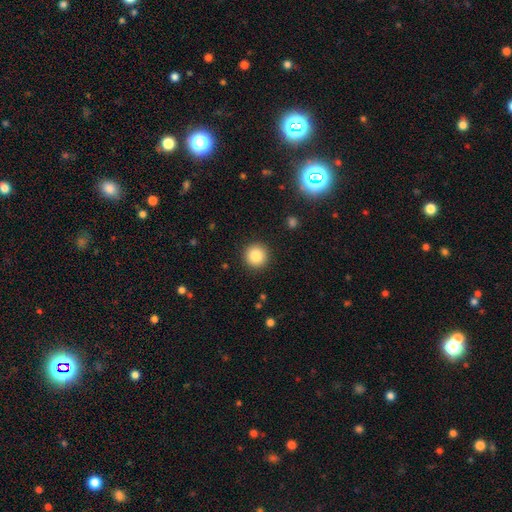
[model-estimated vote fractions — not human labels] Morphology: type=smooth (85%); roundness=round (95%); merging=none (92%).